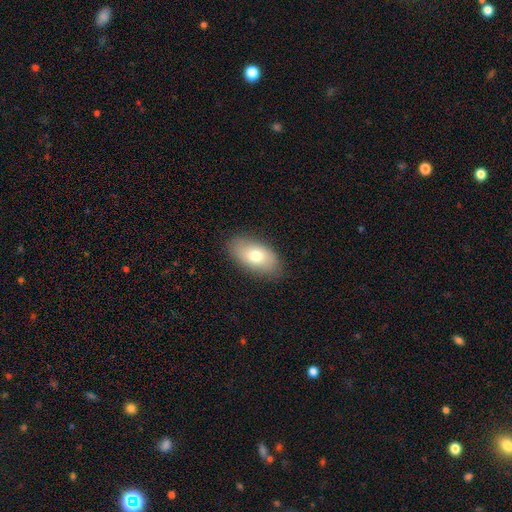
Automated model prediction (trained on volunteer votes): The model was most divided on "smooth or featured": smooth: 73%, featured or disk: 19%, star or artifact: 8%. More confident: how rounded — in between (92%); merging — none (85%).